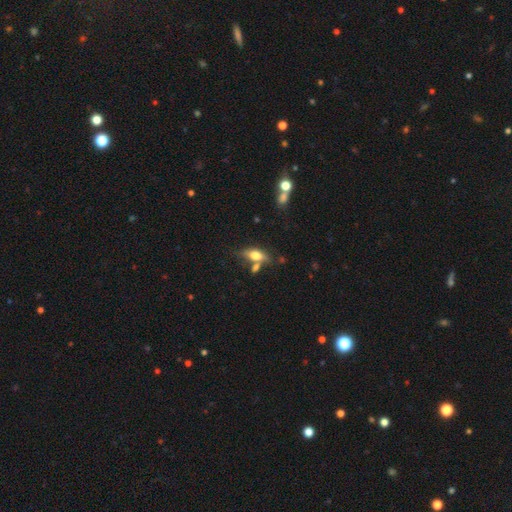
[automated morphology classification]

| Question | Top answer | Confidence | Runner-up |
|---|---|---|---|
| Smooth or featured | smooth | 63% | featured or disk (29%) |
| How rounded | in between | 72% | cigar-shaped (23%) |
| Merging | none | 55% | merger (23%) |